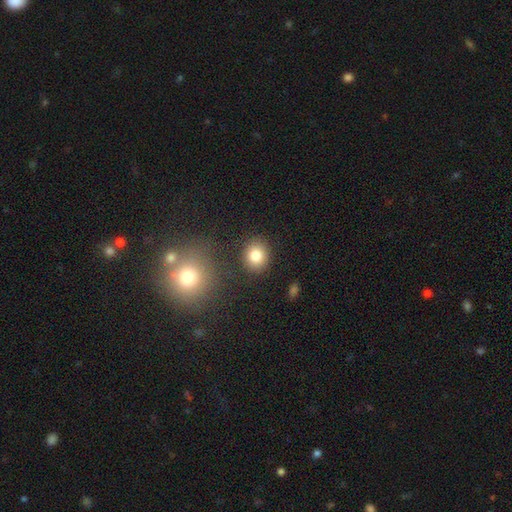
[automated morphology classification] This is clearly a smooth galaxy (83%). How rounded: likely round (67%). Merging: clearly none (84%).